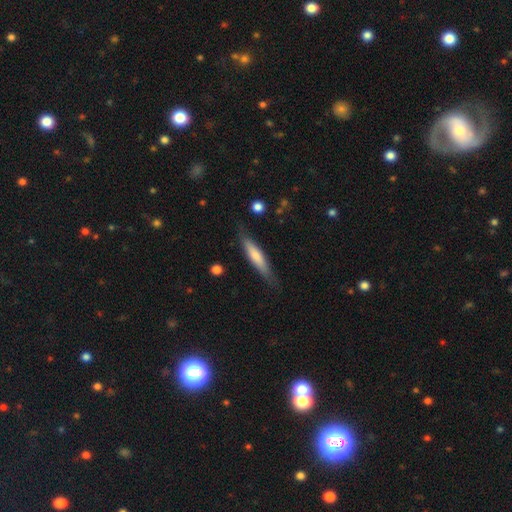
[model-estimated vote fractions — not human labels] Q: Smooth or featured?
A: smooth (63%); runner-up: featured or disk (32%)
Q: How rounded?
A: cigar-shaped (87%); runner-up: in between (12%)
Q: Merging?
A: none (80%); runner-up: minor disturbance (15%)